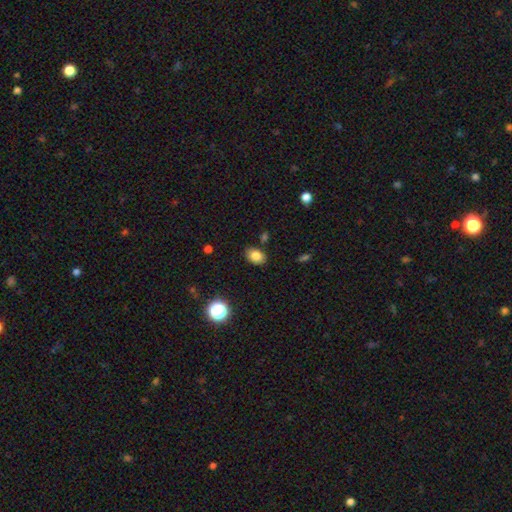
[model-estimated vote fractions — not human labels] A smooth galaxy with no disk features (82%) that is in between round and cigar-shaped (80%).

Vote fractions:
- Smooth or featured? smooth: 82% / star or artifact: 11% / featured or disk: 7%
- How rounded? in between: 80% / round: 18% / cigar-shaped: 1%
- Merging? none: 84% / minor disturbance: 10% / merger: 3% / major disturbance: 3%